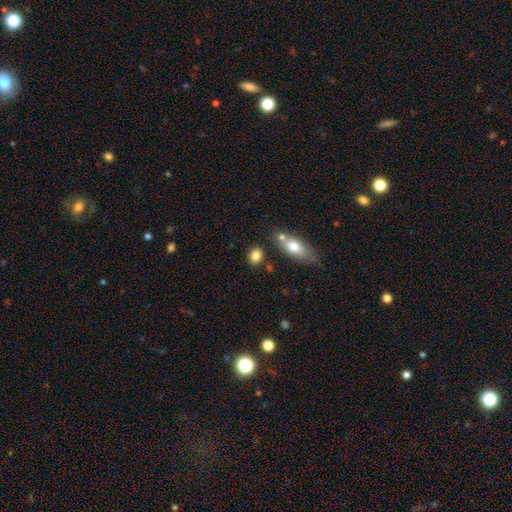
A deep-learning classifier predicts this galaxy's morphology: smooth 83%, star or artifact 9%, featured or disk 8%. Down the decision tree: how rounded — in between (49%, tied with round); merging — none (74%).